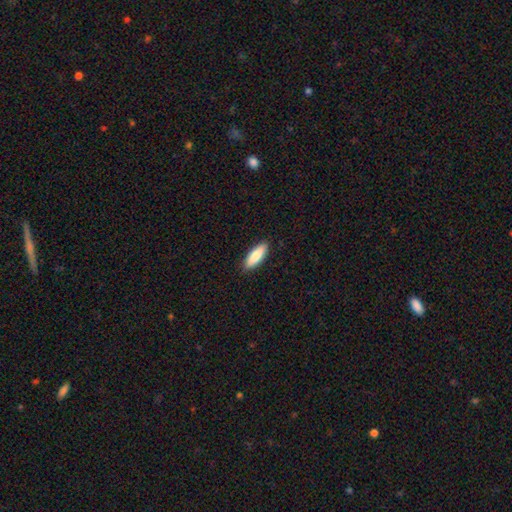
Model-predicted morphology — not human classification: smooth_or_featured: smooth (p=0.87) [alt: featured or disk p=0.08]
how_rounded: in between (p=0.60) [alt: cigar-shaped p=0.39]
merging: none (p=0.89) [alt: minor disturbance p=0.08]